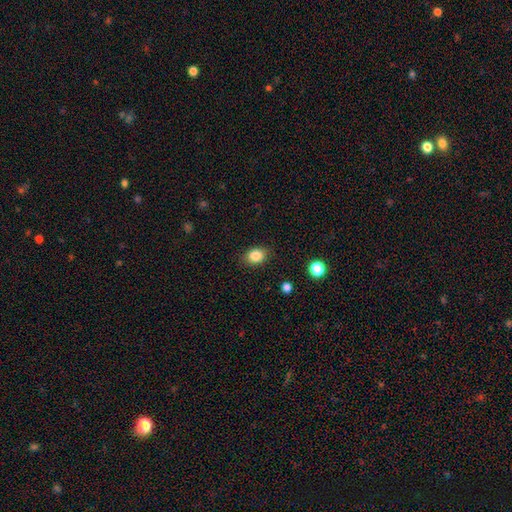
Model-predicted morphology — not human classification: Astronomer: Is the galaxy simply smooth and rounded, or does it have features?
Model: smooth — 85%.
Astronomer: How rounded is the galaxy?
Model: in between — 63%.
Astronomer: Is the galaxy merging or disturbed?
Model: none — 85%.